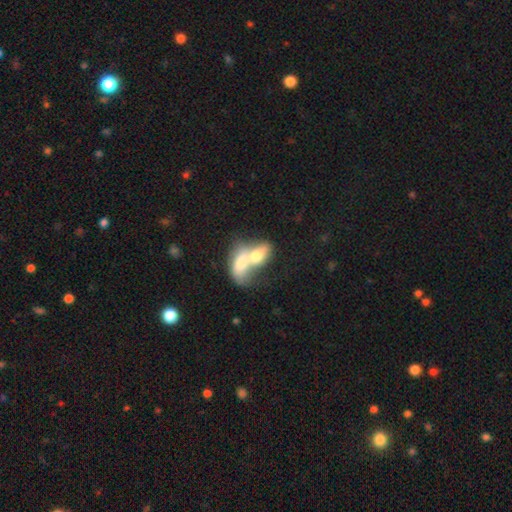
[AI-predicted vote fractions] A smooth galaxy with no disk features (66%) that is in between round and cigar-shaped (84%). Merging: merger (81%).